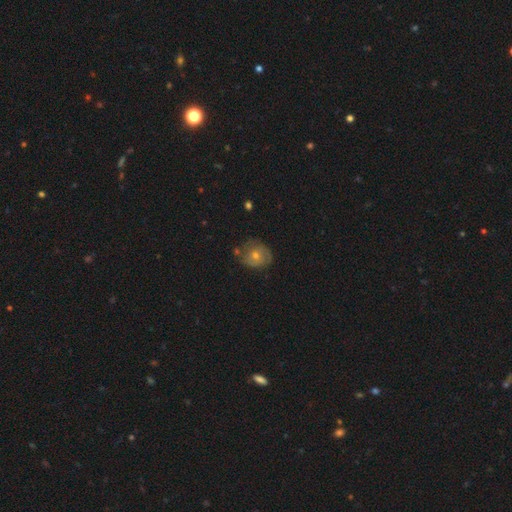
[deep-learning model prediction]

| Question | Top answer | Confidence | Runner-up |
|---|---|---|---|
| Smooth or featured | featured or disk | 49% | smooth (39%) |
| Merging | none | 71% | minor disturbance (19%) |